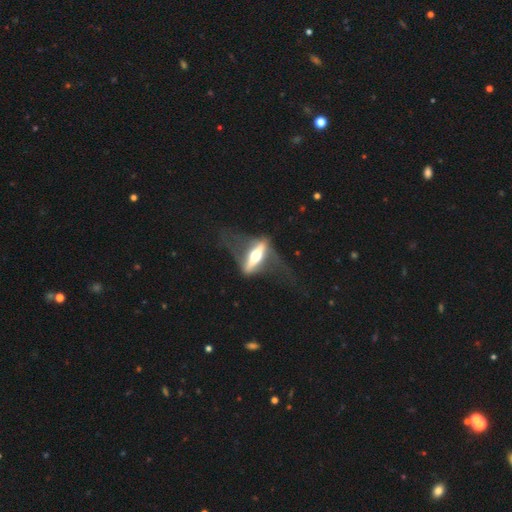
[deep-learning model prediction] This appears to be a featured or disk galaxy (78%) viewed edge-on (72%) with a rounded central bulge (93%). Merging: none (48%).